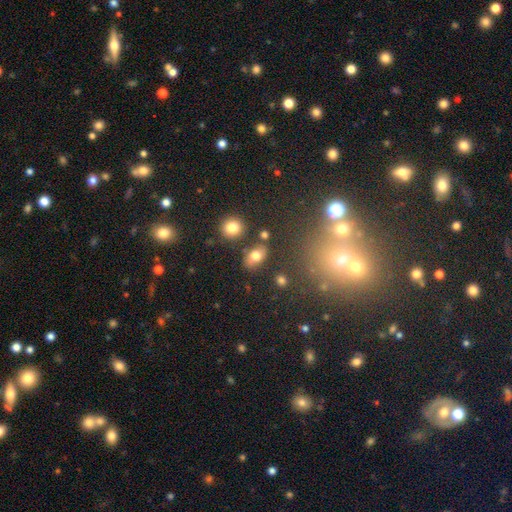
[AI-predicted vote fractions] This appears to be a smooth galaxy with no disk features (75%) that is in between round and cigar-shaped (82%). Merging: none (78%).